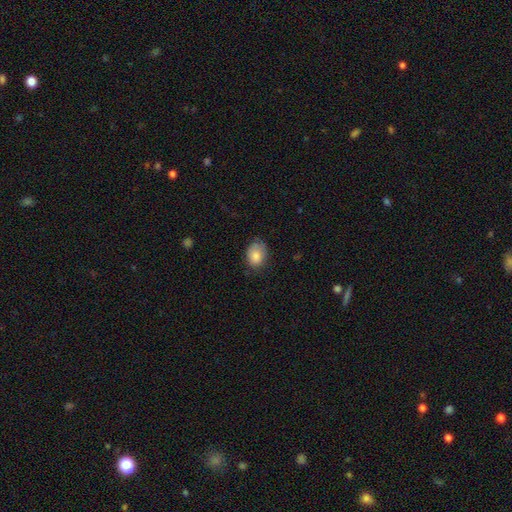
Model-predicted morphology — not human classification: smooth-or-featured: smooth: 84% | featured or disk: 8% | star or artifact: 8%
  how-rounded: in between: 67% | round: 32% | cigar-shaped: 1%
  merging: none: 66% | minor disturbance: 27% | major disturbance: 6% | merger: 1%